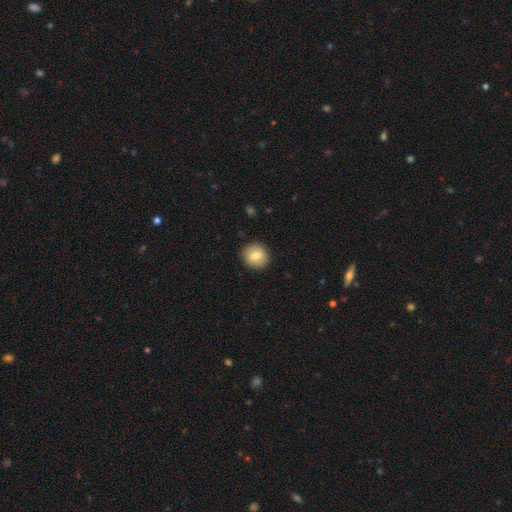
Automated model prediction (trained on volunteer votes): smooth_or_featured: smooth (p=0.79) [alt: featured or disk p=0.13]
how_rounded: round (p=0.88) [alt: in between p=0.11]
merging: none (p=0.90) [alt: minor disturbance p=0.07]